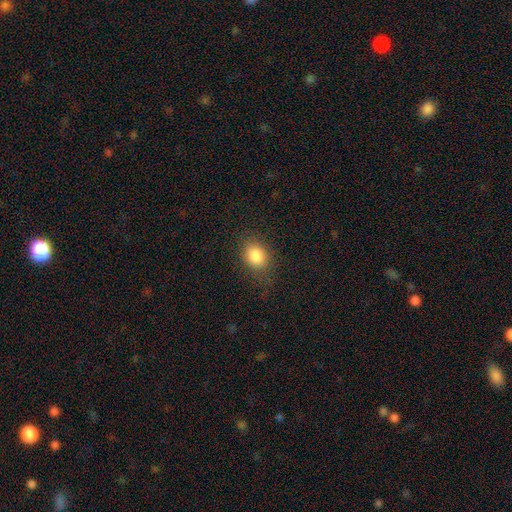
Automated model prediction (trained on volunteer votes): Q: Smooth or featured?
A: smooth (84%); runner-up: star or artifact (10%)
Q: How rounded?
A: in between (59%); runner-up: round (40%)
Q: Merging?
A: none (78%); runner-up: minor disturbance (15%)